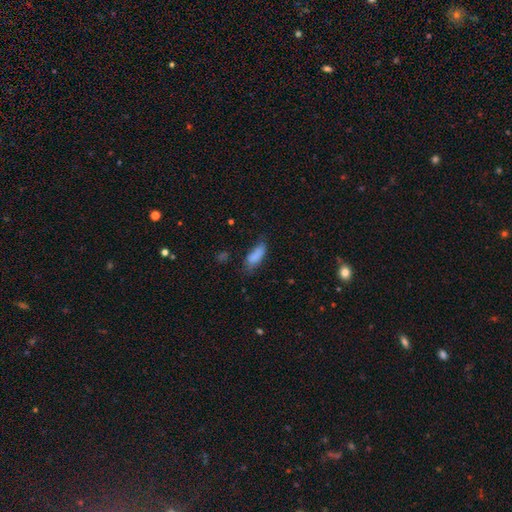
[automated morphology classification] Smooth or featured? smooth (84%)
How rounded? in between (72%)
Merging? none (55%)